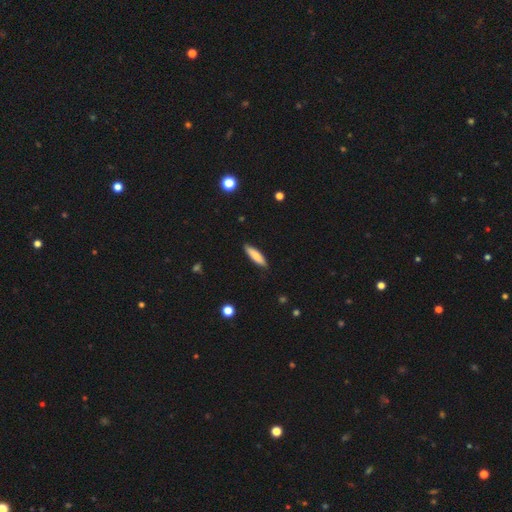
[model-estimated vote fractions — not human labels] The model was most divided on "how rounded": cigar-shaped: 71%, in between: 27%, round: 2%. More confident: merging — none (88%); smooth or featured — smooth (78%).